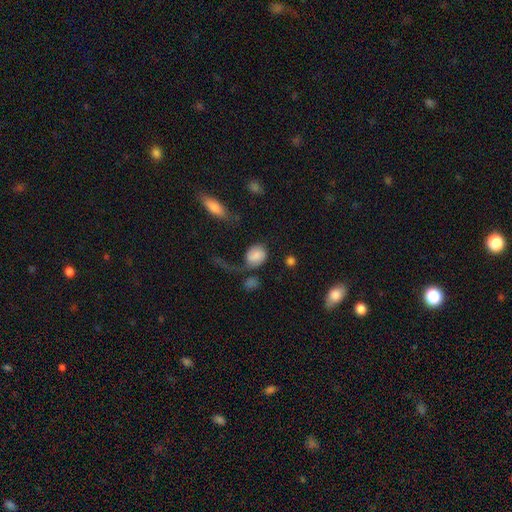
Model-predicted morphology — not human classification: Q: Smooth or featured?
A: smooth (73%); runner-up: featured or disk (19%)
Q: How rounded?
A: round (58%); runner-up: in between (41%)
Q: Merging?
A: none (36%); runner-up: major disturbance (29%)